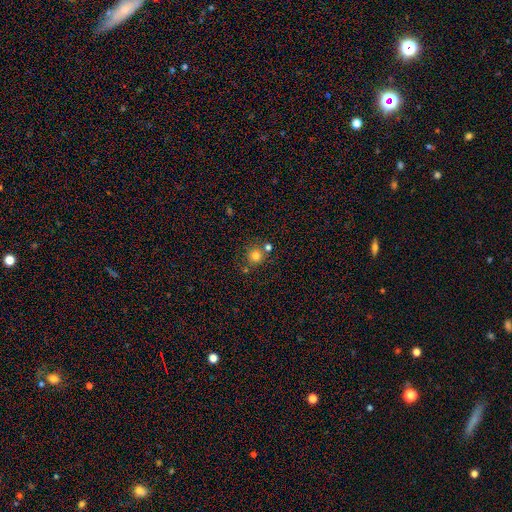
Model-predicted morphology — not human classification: Smooth or featured? Predicted: smooth (p=0.79). How rounded? Predicted: round (p=0.92). Merging? Predicted: none (p=0.70).